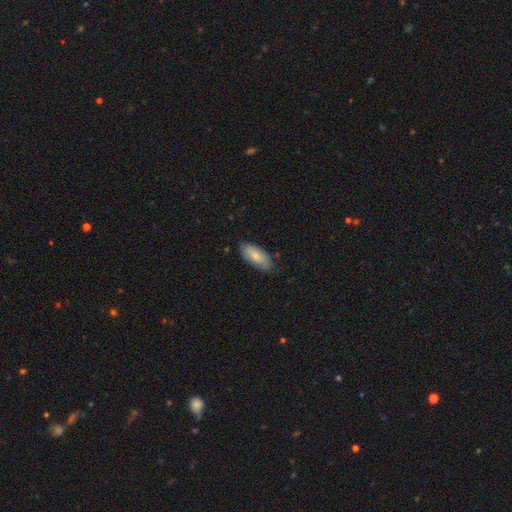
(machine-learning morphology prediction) Smooth or featured: smooth — 77% (featured or disk — 17%)
How rounded: in between — 87% (cigar-shaped — 11%)
Merging: none — 79% (minor disturbance — 18%)